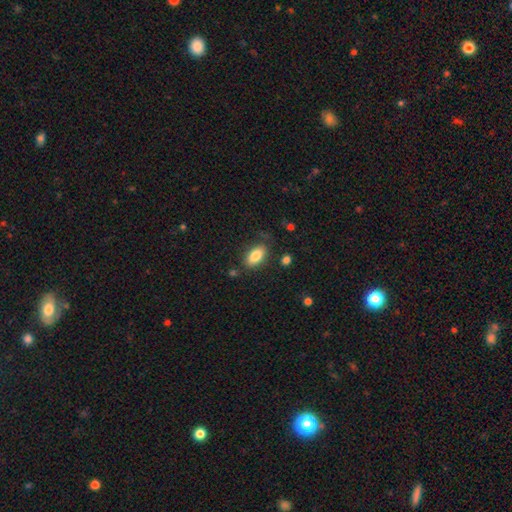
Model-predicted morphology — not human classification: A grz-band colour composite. It shows a smooth galaxy with no disk features (84%) that is in between round and cigar-shaped (90%). Merging: none (79%).